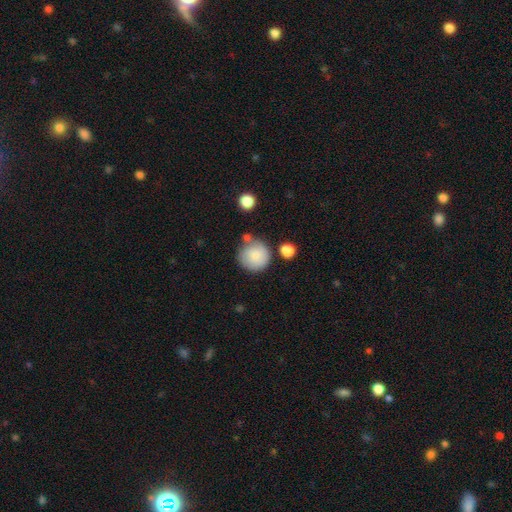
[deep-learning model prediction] smooth 84%, featured or disk 9%, star or artifact 7%. Down the decision tree: how rounded — round (94%); merging — none (68%).